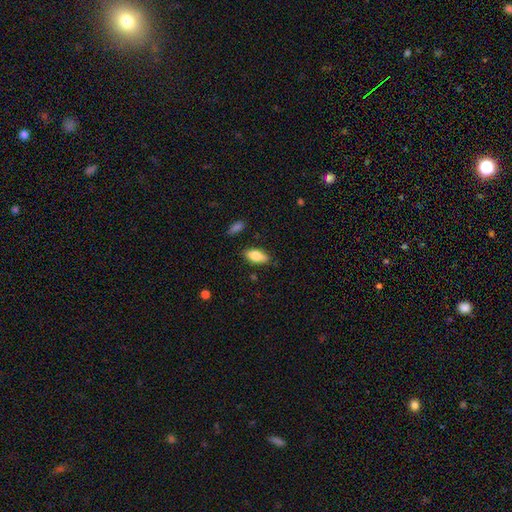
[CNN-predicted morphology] Smooth or featured? smooth (80%)
How rounded? in between (86%)
Merging? none (83%)